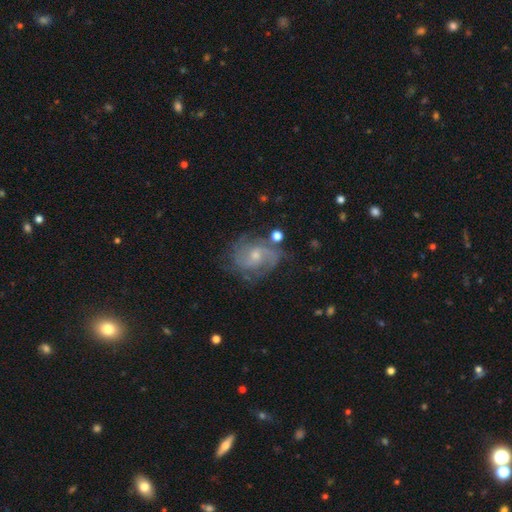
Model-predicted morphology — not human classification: smooth_or_featured: featured or disk (p=0.79) [alt: smooth p=0.13]
disk_edge_on: no (p=0.98) [alt: yes p=0.02]
bar: no (p=0.53) [alt: weak p=0.40]
has_spiral_arms: yes (p=0.92) [alt: no p=0.08]
spiral_winding: medium (p=0.48) [alt: tight p=0.33]
spiral_arm_count: 2 (p=0.55) [alt: can't tell p=0.21]
bulge_size: small (p=0.53) [alt: moderate p=0.42]
merging: none (p=0.65) [alt: minor disturbance p=0.20]